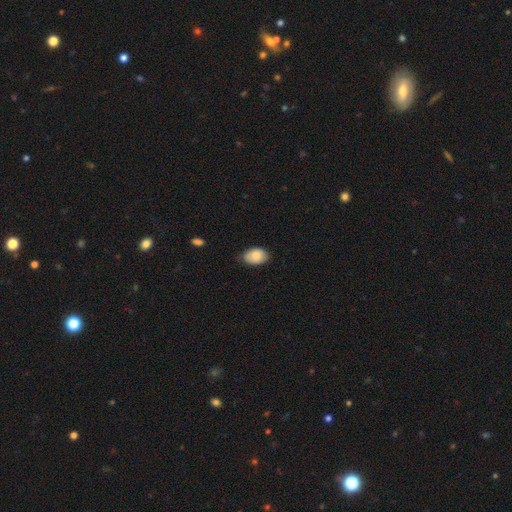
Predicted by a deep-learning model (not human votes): Smooth or featured? Predicted: smooth (p=0.84). How rounded? Predicted: in between (p=0.86). Merging? Predicted: none (p=0.72).